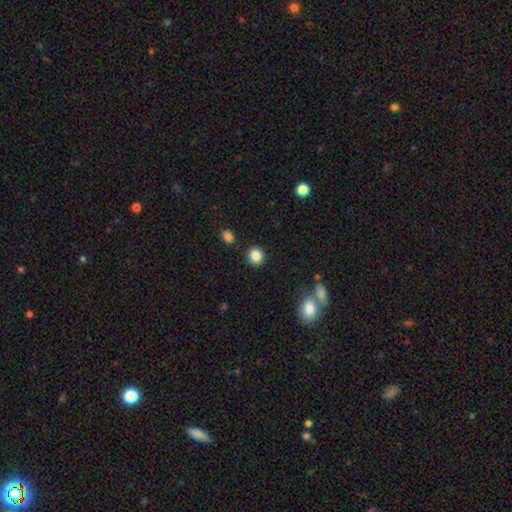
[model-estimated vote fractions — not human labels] Smooth or featured: smooth — 85% (star or artifact — 10%)
How rounded: round — 85% (in between — 14%)
Merging: none — 87% (minor disturbance — 8%)